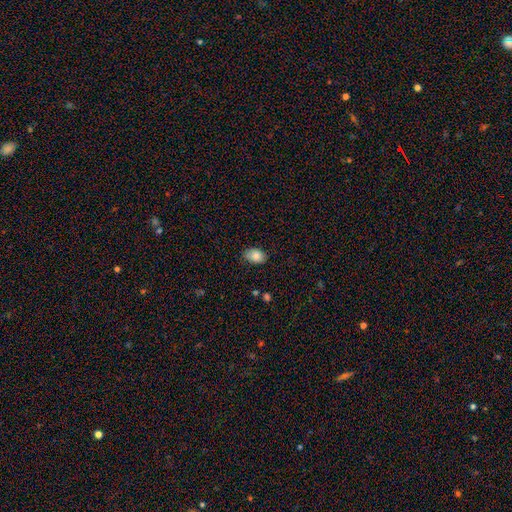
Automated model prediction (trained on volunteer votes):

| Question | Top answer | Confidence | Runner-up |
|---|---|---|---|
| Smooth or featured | smooth | 84% | featured or disk (8%) |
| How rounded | in between | 79% | round (19%) |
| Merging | none | 79% | minor disturbance (17%) |